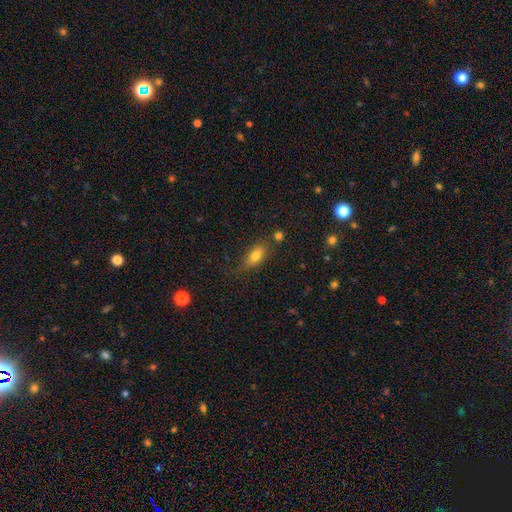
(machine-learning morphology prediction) type=smooth (75%); roundness=in between (77%); merging=none (69%).